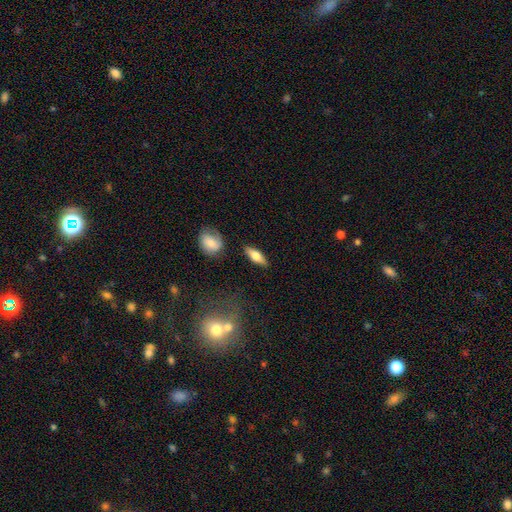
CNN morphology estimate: A smooth galaxy with no disk features (63%) that is in between round and cigar-shaped (63%). Merging: none (85%).